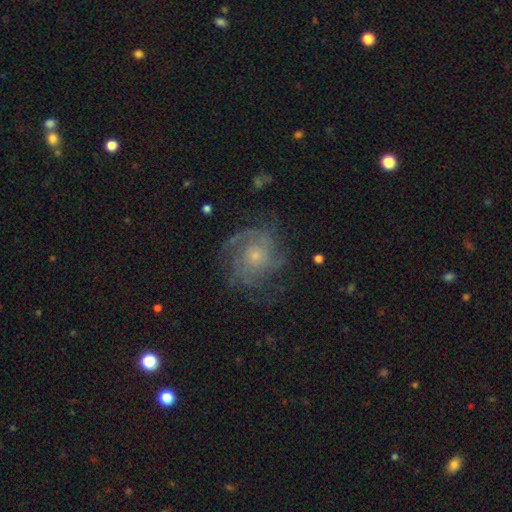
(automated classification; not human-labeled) Smooth or featured?
  - featured or disk: 82% *
  - smooth: 10%
  - star or artifact: 8%
Edge-on disk?
  - no: 98% *
  - yes: 2%
Bar?
  - no: 80% *
  - weak: 17%
  - strong: 3%
Spiral arms?
  - yes: 95% *
  - no: 5%
Spiral winding?
  - tight: 50% *
  - medium: 37%
  - loose: 12%
Spiral arm count?
  - 3: 28% *
  - can't tell: 25%
  - 4: 18%
  - 2: 15%
  - more than 4: 7%
  - 1: 7%
Bulge size?
  - small: 72% *
  - moderate: 21%
  - none: 3%
  - large: 2%
  - dominant: 1%
Merging?
  - none: 71% *
  - minor disturbance: 17%
  - major disturbance: 12%
  - merger: 1%